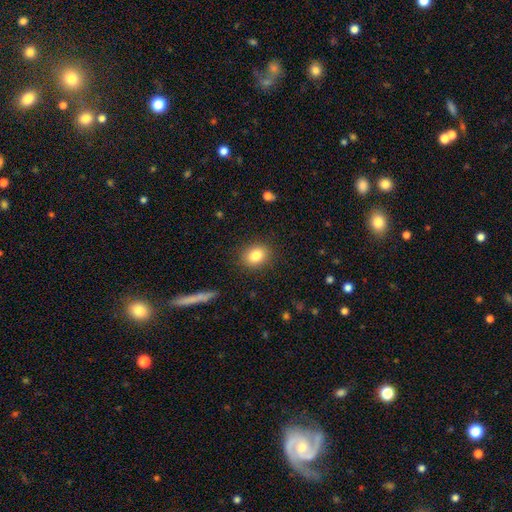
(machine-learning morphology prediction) This appears to be a smooth galaxy with no disk features (83%) that is round (53%). Merging: none (88%).